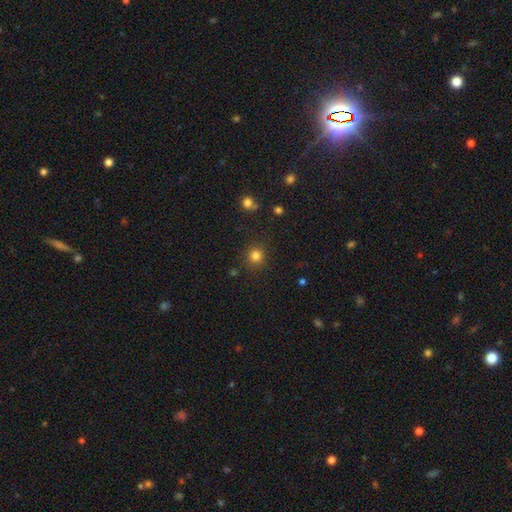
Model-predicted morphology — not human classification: smooth-or-featured: smooth: 82% | star or artifact: 13% | featured or disk: 5%
  how-rounded: round: 91% | in between: 8% | cigar-shaped: 1%
  merging: none: 87% | minor disturbance: 8% | major disturbance: 3% | merger: 2%